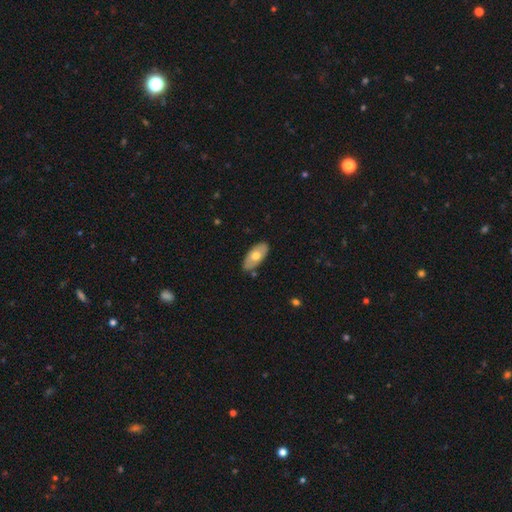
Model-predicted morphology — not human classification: A smooth galaxy with no disk features (57%) that is in between round and cigar-shaped (93%). Merging: none (83%).